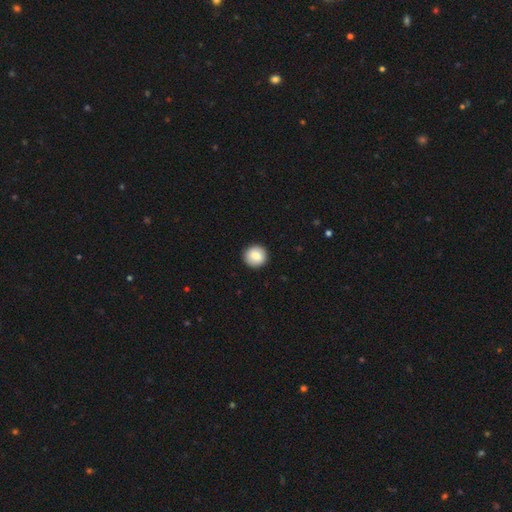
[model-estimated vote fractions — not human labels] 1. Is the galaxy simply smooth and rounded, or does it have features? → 86% smooth, 7% star or artifact, 7% featured or disk.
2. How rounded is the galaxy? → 94% round, 5% in between, 1% cigar-shaped.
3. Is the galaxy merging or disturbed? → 92% none, 6% minor disturbance, 2% major disturbance, 1% merger.